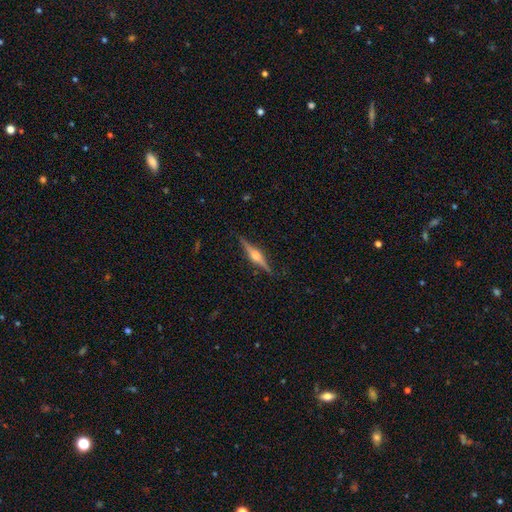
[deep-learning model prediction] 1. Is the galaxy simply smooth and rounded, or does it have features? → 80% featured or disk, 14% smooth, 6% star or artifact.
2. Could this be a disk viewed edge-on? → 98% yes, 2% no.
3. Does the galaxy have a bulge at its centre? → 91% rounded, 7% boxy, 2% none.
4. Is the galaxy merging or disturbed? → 89% none, 8% minor disturbance, 2% major disturbance, 1% merger.